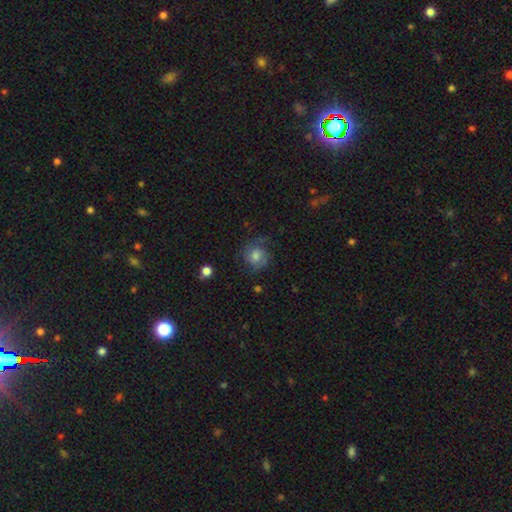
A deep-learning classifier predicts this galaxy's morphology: smooth_or_featured: featured or disk (p=0.48) [alt: smooth p=0.41]
merging: none (p=0.68) [alt: minor disturbance p=0.19]